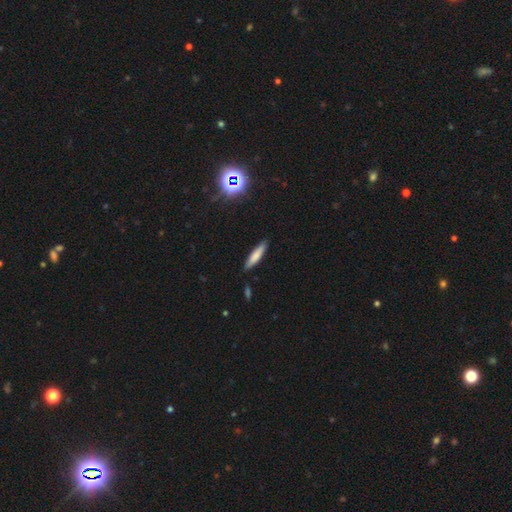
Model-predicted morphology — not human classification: Q: Smooth or featured?
A: smooth (74%); runner-up: featured or disk (17%)
Q: How rounded?
A: cigar-shaped (80%); runner-up: in between (18%)
Q: Merging?
A: none (87%); runner-up: minor disturbance (10%)